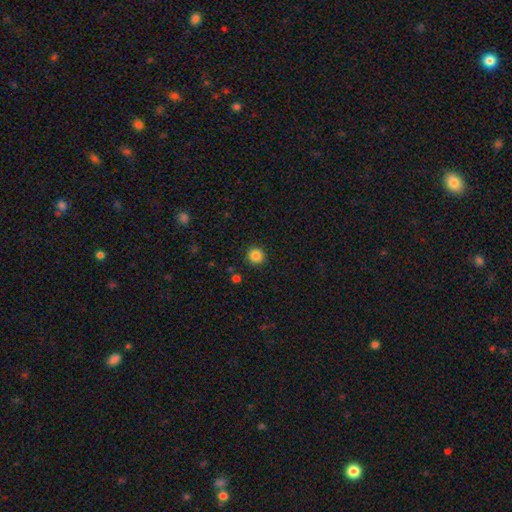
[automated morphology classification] type=smooth (86%); roundness=round (93%); merging=none (91%).